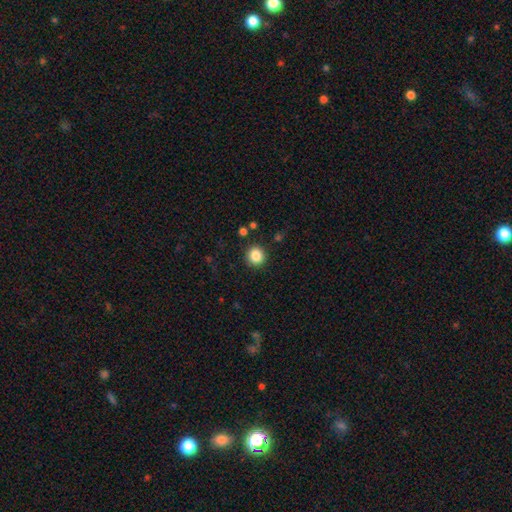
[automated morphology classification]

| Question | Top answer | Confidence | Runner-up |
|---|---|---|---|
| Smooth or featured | smooth | 85% | star or artifact (10%) |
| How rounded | round | 90% | in between (9%) |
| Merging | none | 90% | minor disturbance (6%) |